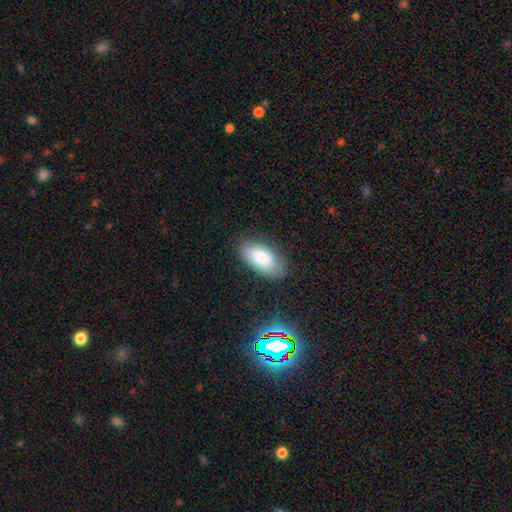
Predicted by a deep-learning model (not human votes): The model was most divided on "merging": none: 79%, minor disturbance: 15%, major disturbance: 4%, merger: 2%. More confident: how rounded — in between (93%); smooth or featured — smooth (83%).